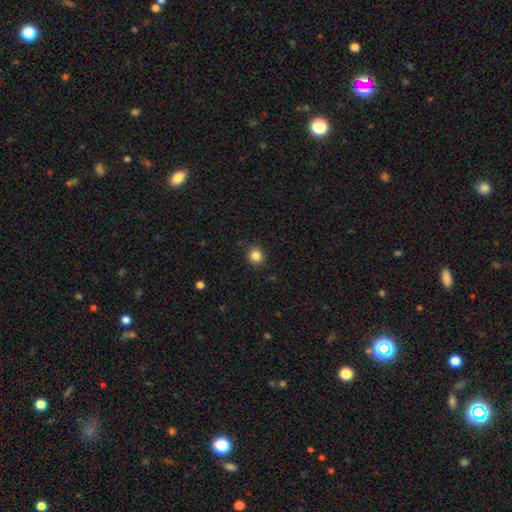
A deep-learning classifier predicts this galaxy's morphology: smooth-or-featured: smooth: 85% | star or artifact: 11% | featured or disk: 4%
  how-rounded: round: 86% | in between: 13% | cigar-shaped: 1%
  merging: none: 88% | minor disturbance: 8% | major disturbance: 2% | merger: 1%